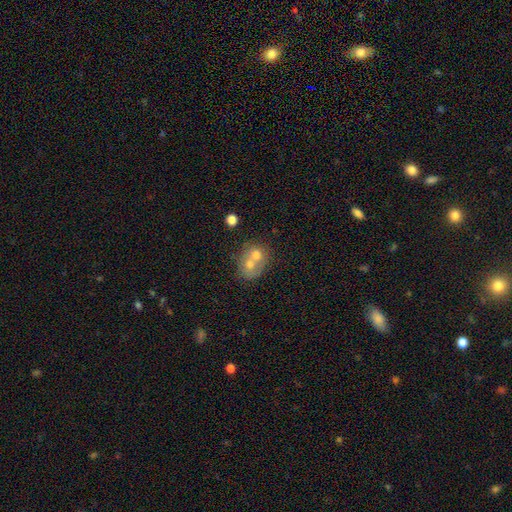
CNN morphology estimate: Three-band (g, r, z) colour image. It shows a smooth galaxy with no disk features (60%) that is round (60%). Merging: merger (69%).